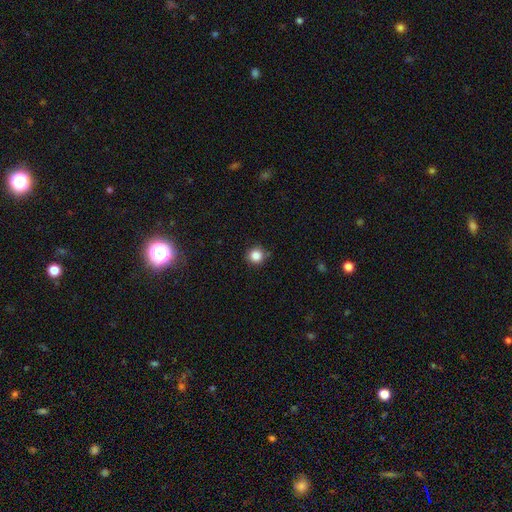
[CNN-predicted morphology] Smooth or featured? Predicted: smooth (p=0.85). How rounded? Predicted: round (p=0.94). Merging? Predicted: none (p=0.86).